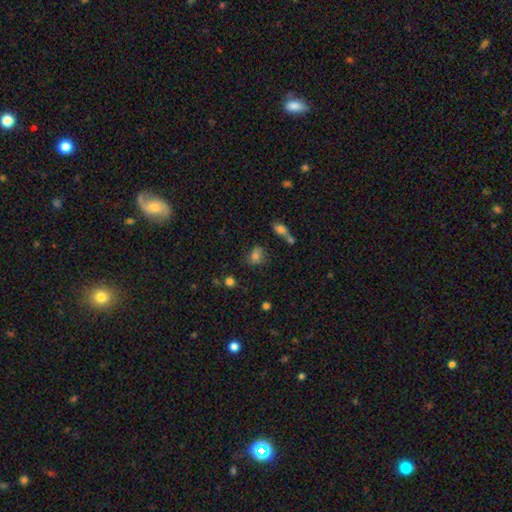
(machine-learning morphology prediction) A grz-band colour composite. It shows a smooth galaxy with no disk features (77%) that is in between round and cigar-shaped (52%). Merging: none (61%).